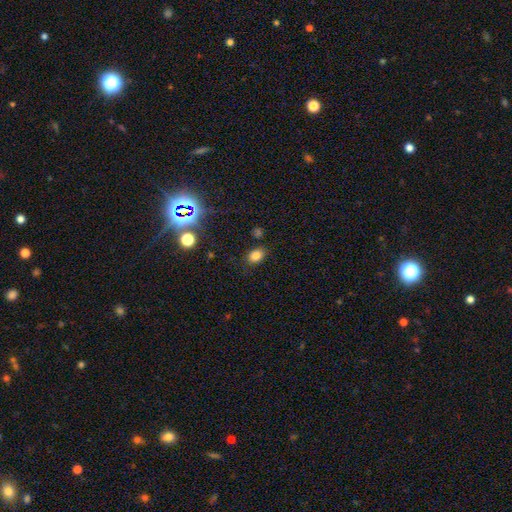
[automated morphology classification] type=smooth (79%); roundness=in between (70%); merging=none (81%).